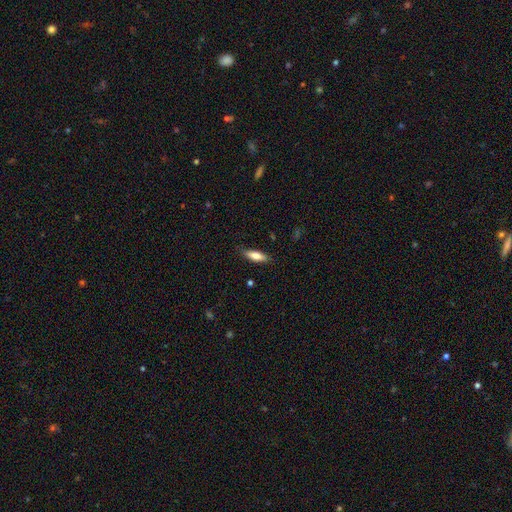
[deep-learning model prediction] Smooth or featured? Predicted: smooth (p=0.71). How rounded? Predicted: cigar-shaped (p=0.52). Merging? Predicted: none (p=0.82).